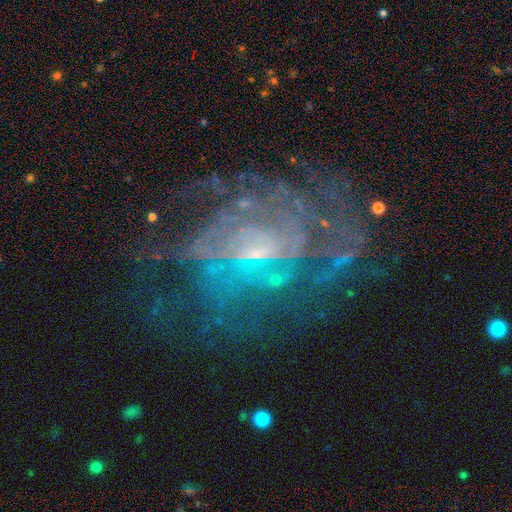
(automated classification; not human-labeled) Smooth or featured? Predicted: featured or disk (p=0.80). Edge-on disk? Predicted: no (p=0.97). Bar? Predicted: weak (p=0.50). Spiral arms? Predicted: yes (p=0.79). Spiral winding? Predicted: tight (p=0.53). Spiral arm count? Predicted: can't tell (p=0.54). Bulge size? Predicted: small (p=0.57). Merging? Predicted: none (p=0.57).